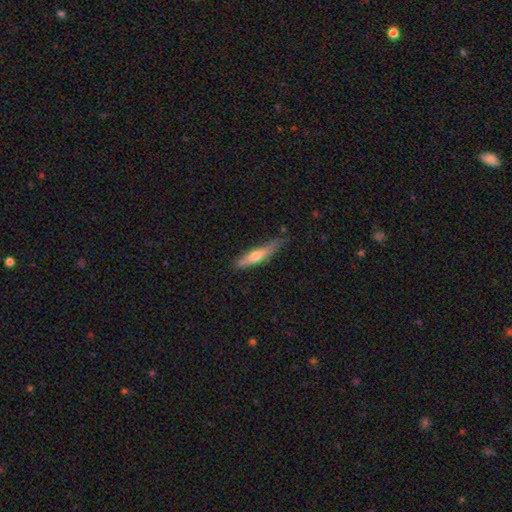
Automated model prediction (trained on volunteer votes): This appears to be a smooth galaxy with no disk features (54%) that is cigar-shaped (81%). Merging: none (68%).